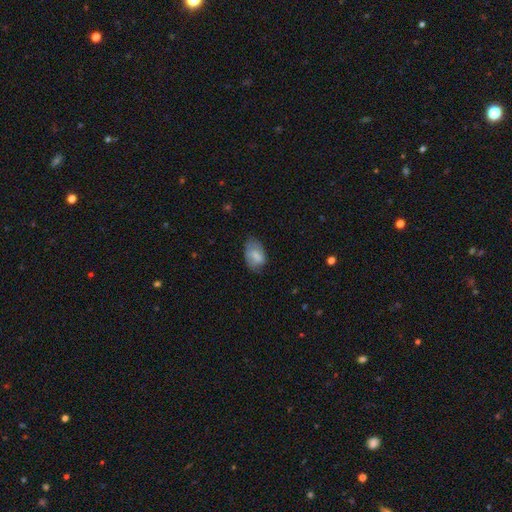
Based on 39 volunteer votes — This is likely a smooth galaxy (72%). How rounded: clearly in between (89%). Merging: marginally none (43%).